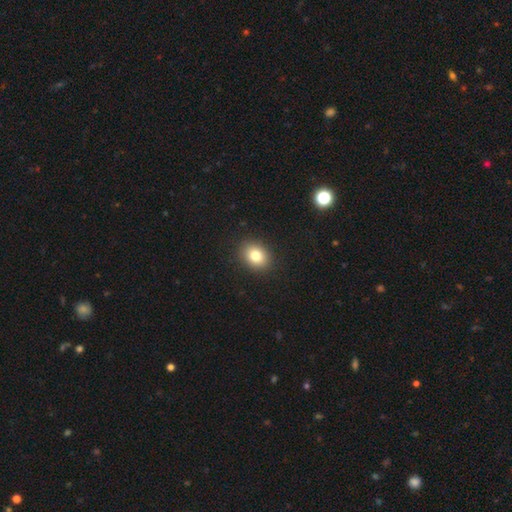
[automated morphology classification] The model was most divided on "how rounded": in between: 53%, round: 46%, cigar-shaped: 1%. More confident: merging — none (90%); smooth or featured — smooth (81%).